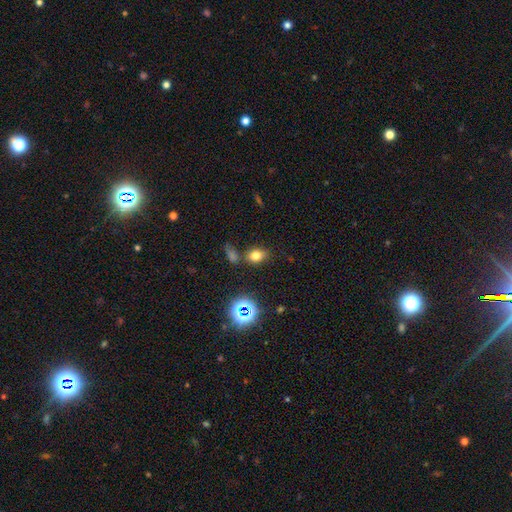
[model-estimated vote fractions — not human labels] smooth_or_featured: smooth (p=0.72) [alt: star or artifact p=0.18]
how_rounded: in between (p=0.69) [alt: round p=0.30]
merging: none (p=0.72) [alt: minor disturbance p=0.13]